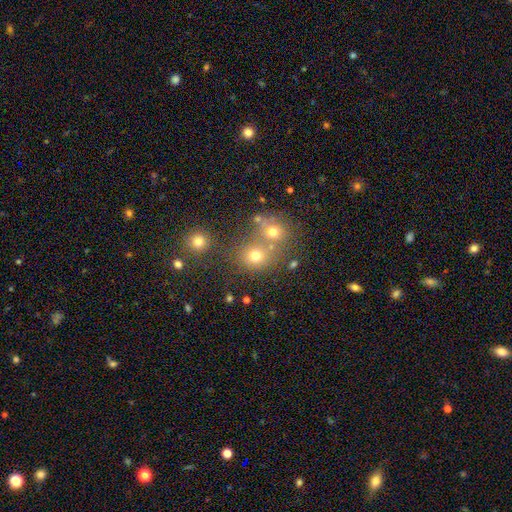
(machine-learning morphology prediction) Smooth or featured? smooth (70%)
How rounded? round (79%)
Merging? none (55%)